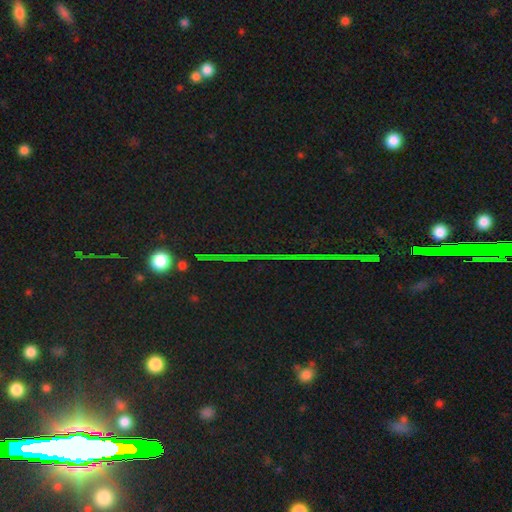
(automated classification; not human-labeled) This is clearly a star or artifact rather than a galaxy (83%).